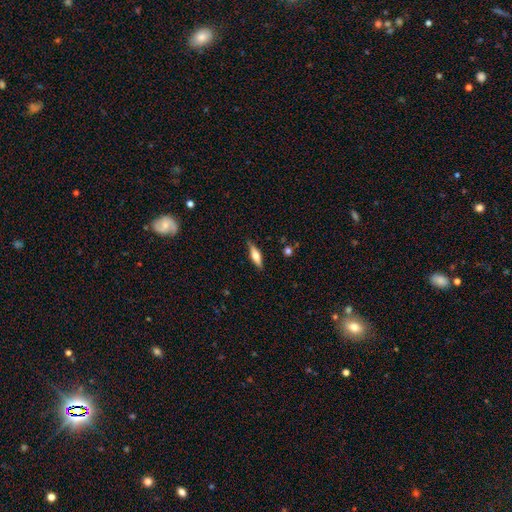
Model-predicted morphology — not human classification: A smooth galaxy with no disk features (58%) that is cigar-shaped (51%). Merging: none (84%).